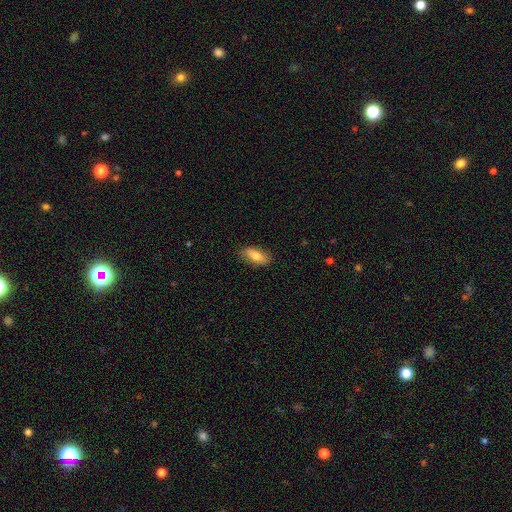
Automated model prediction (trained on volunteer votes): smooth_or_featured: smooth (p=0.72) [alt: featured or disk p=0.22]
how_rounded: in between (p=0.74) [alt: cigar-shaped p=0.22]
merging: none (p=0.85) [alt: minor disturbance p=0.12]